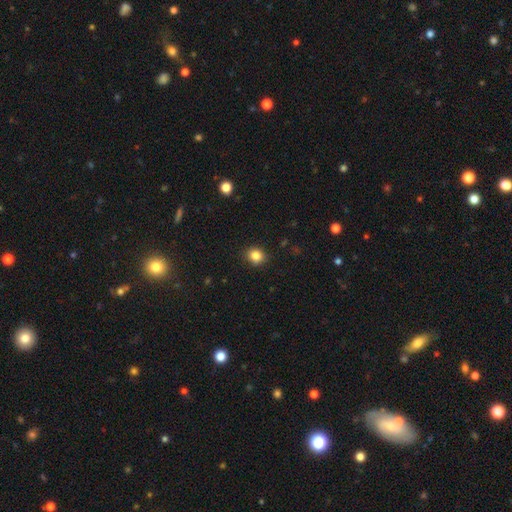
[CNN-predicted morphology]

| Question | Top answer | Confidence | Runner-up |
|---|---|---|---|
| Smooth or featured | smooth | 84% | star or artifact (11%) |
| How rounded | round | 76% | in between (23%) |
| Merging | none | 89% | minor disturbance (8%) |